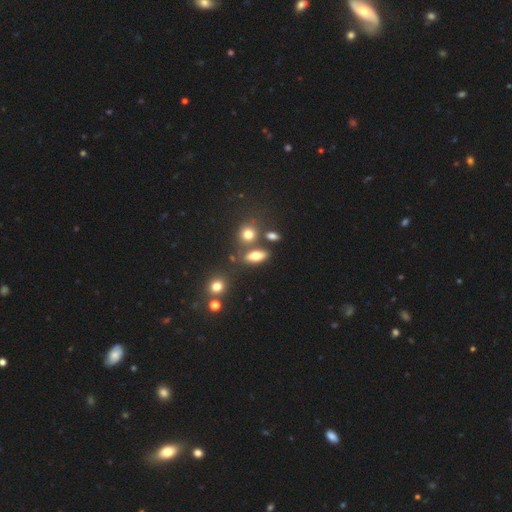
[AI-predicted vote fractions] Morphology: type=smooth (70%); roundness=in between (71%); merging=none (65%).